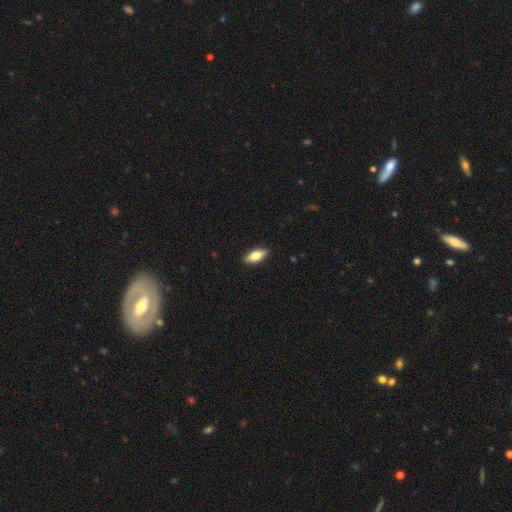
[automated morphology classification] Smooth or featured: smooth — 70% (featured or disk — 24%)
How rounded: in between — 78% (cigar-shaped — 19%)
Merging: none — 89% (minor disturbance — 8%)